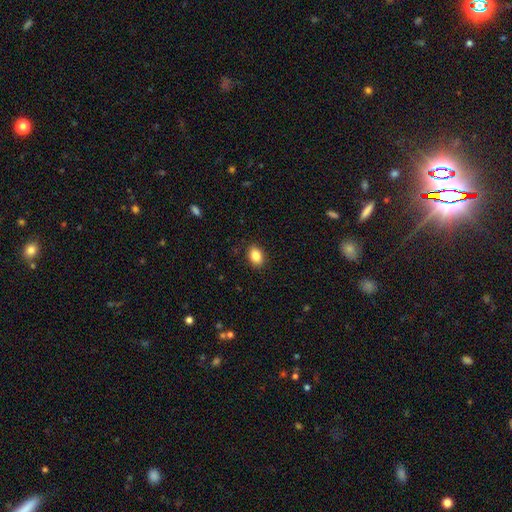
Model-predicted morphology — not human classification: smooth_or_featured: smooth (p=0.86) [alt: star or artifact p=0.09]
how_rounded: in between (p=0.75) [alt: round p=0.24]
merging: none (p=0.89) [alt: minor disturbance p=0.08]